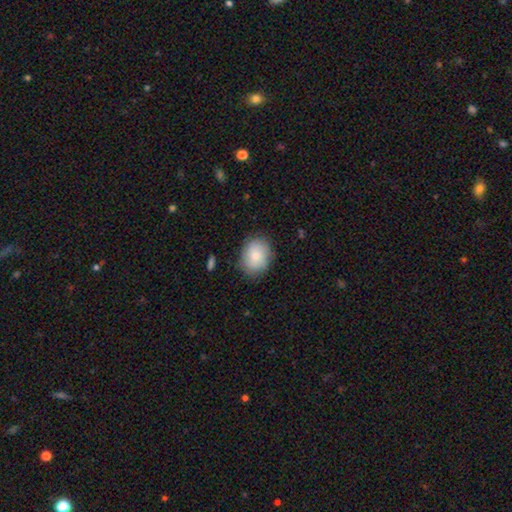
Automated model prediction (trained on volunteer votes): Q: Smooth or featured?
A: smooth (80%); runner-up: featured or disk (13%)
Q: How rounded?
A: in between (58%); runner-up: round (41%)
Q: Merging?
A: none (81%); runner-up: minor disturbance (14%)